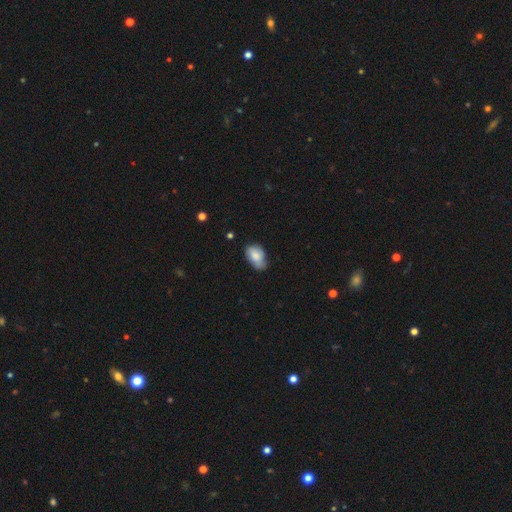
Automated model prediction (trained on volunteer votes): A smooth galaxy with no disk features (80%) that is in between round and cigar-shaped (90%).

Vote fractions:
- Smooth or featured? smooth: 80% / featured or disk: 13% / star or artifact: 7%
- How rounded? in between: 90% / round: 8% / cigar-shaped: 1%
- Merging? none: 60% / minor disturbance: 33% / major disturbance: 6% / merger: 2%